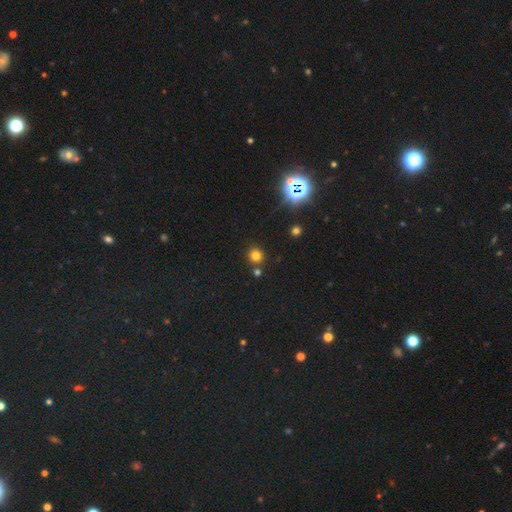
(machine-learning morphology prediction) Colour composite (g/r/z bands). It shows a smooth galaxy with no disk features (75%) that is round (91%). Merging: none (79%).